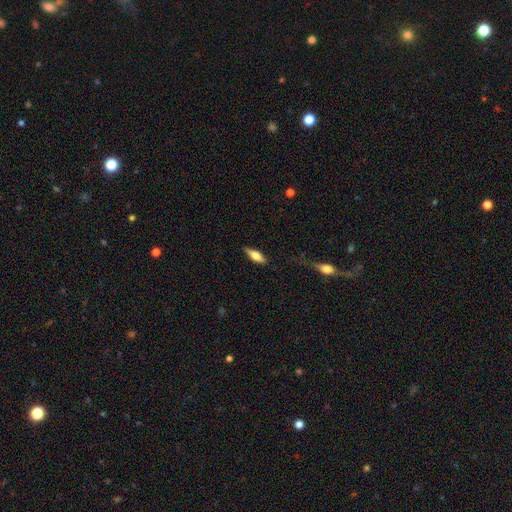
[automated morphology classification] Smooth or featured?
  - smooth: 55% *
  - featured or disk: 39%
  - star or artifact: 6%
How rounded?
  - in between: 56% *
  - cigar-shaped: 41%
  - round: 3%
Merging?
  - none: 83% *
  - minor disturbance: 12%
  - major disturbance: 3%
  - merger: 1%